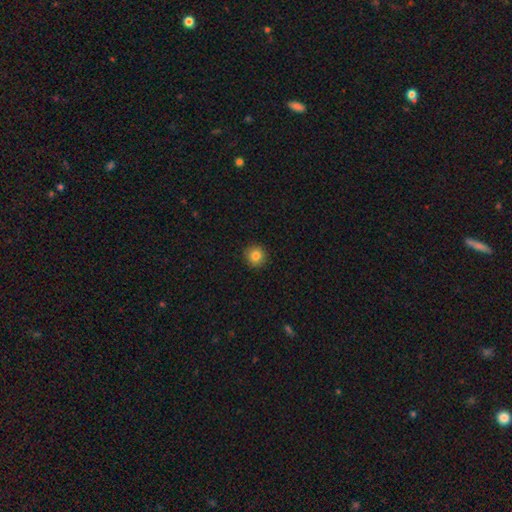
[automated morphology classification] A smooth galaxy with no disk features (84%) that is round (93%).

Vote fractions:
- Smooth or featured? smooth: 84% / star or artifact: 10% / featured or disk: 6%
- How rounded? round: 93% / in between: 6% / cigar-shaped: 1%
- Merging? none: 92% / minor disturbance: 6% / major disturbance: 2% / merger: 1%